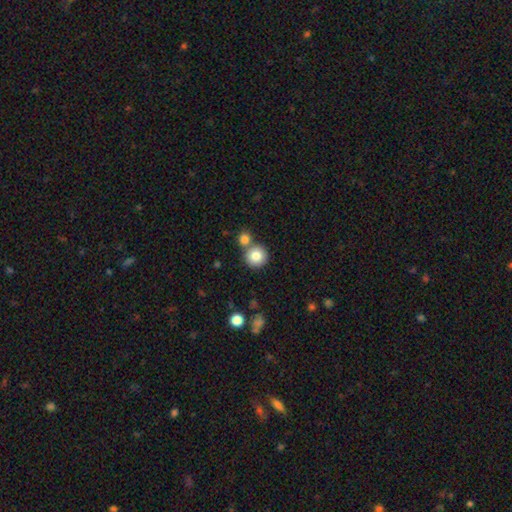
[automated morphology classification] smooth_or_featured: smooth (p=0.82) [alt: star or artifact p=0.09]
how_rounded: round (p=0.92) [alt: in between p=0.07]
merging: none (p=0.61) [alt: merger p=0.28]